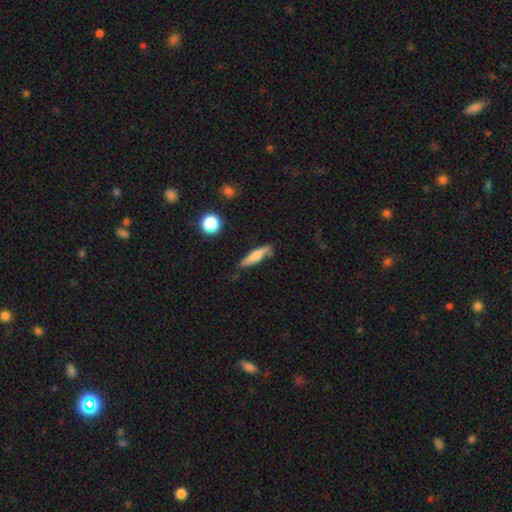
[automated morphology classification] Smooth or featured?
  - smooth: 58% *
  - featured or disk: 35%
  - star or artifact: 7%
How rounded?
  - cigar-shaped: 79% *
  - in between: 18%
  - round: 3%
Merging?
  - none: 74% *
  - minor disturbance: 19%
  - major disturbance: 4%
  - merger: 3%